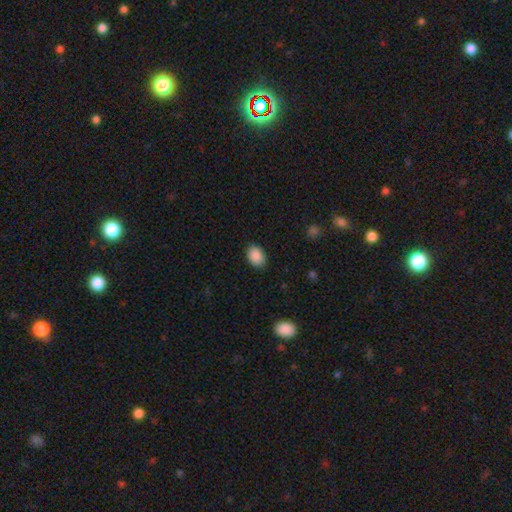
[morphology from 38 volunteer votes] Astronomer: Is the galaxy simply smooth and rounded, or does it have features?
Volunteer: smooth — 100%.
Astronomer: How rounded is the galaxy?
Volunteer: in between — 87%.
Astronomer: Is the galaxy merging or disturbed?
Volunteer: none — 84%.